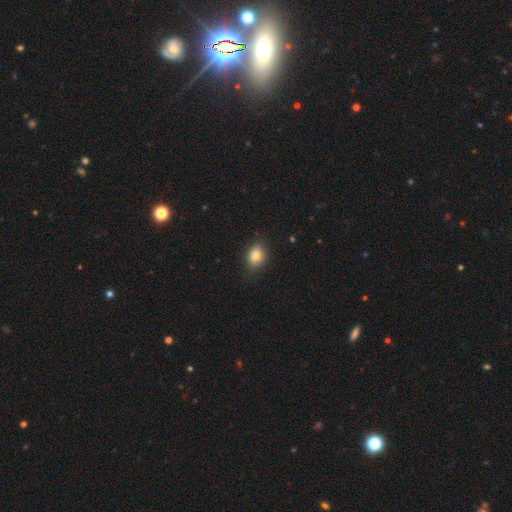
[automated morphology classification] smooth-or-featured: smooth: 82% | star or artifact: 10% | featured or disk: 8%
  how-rounded: in between: 62% | round: 36% | cigar-shaped: 1%
  merging: none: 85% | minor disturbance: 12% | major disturbance: 2% | merger: 1%